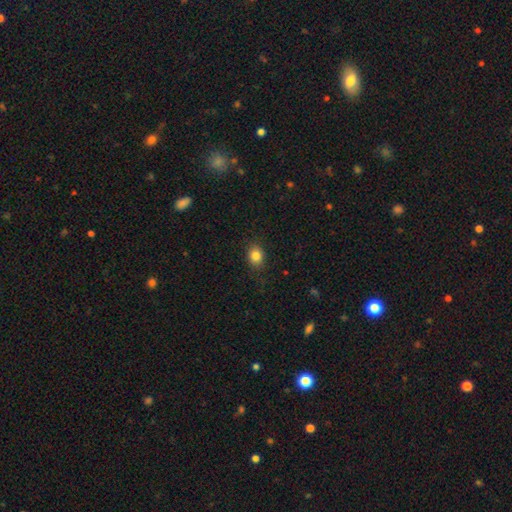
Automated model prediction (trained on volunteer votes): Smooth or featured?
  - smooth: 84% *
  - star or artifact: 10%
  - featured or disk: 5%
How rounded?
  - round: 52% *
  - in between: 47%
  - cigar-shaped: 1%
Merging?
  - none: 86% *
  - minor disturbance: 10%
  - major disturbance: 3%
  - merger: 1%